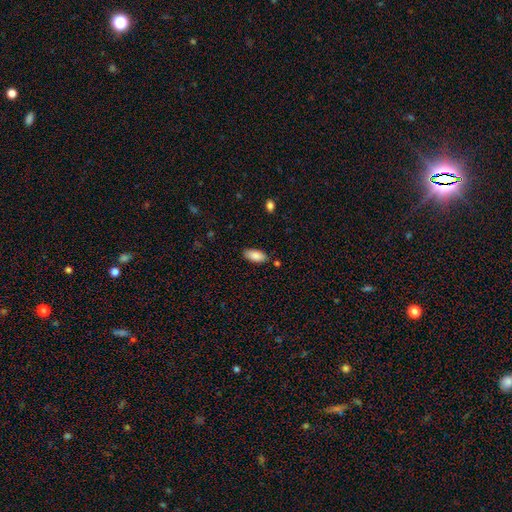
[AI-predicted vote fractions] Morphology: type=smooth (87%); roundness=in between (91%); merging=none (83%).